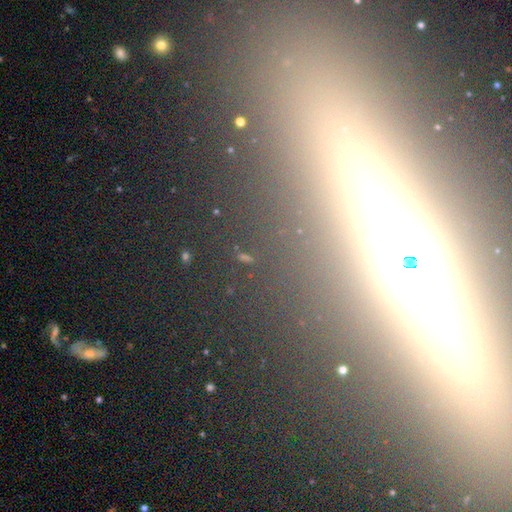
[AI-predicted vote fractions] Overall: featured or disk (63%). Edge-on disk: yes (85%). Edge-on bulge: rounded (80%). Merging: none (86%).